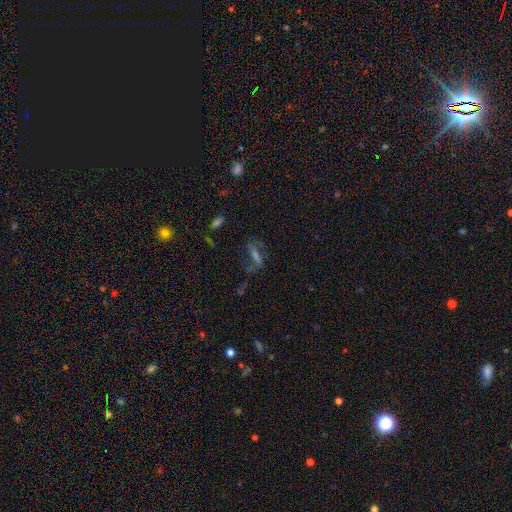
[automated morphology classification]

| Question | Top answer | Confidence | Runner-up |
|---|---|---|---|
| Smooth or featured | featured or disk | 42% | star or artifact (30%) |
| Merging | none | 61% | major disturbance (18%) |